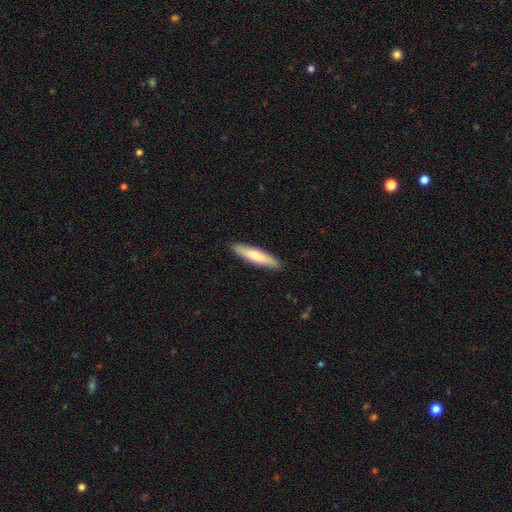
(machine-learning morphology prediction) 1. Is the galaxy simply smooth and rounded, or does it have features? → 73% smooth, 22% featured or disk, 5% star or artifact.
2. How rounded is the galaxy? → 82% cigar-shaped, 17% in between, 1% round.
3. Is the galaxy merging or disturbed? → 89% none, 8% minor disturbance, 2% major disturbance, 1% merger.